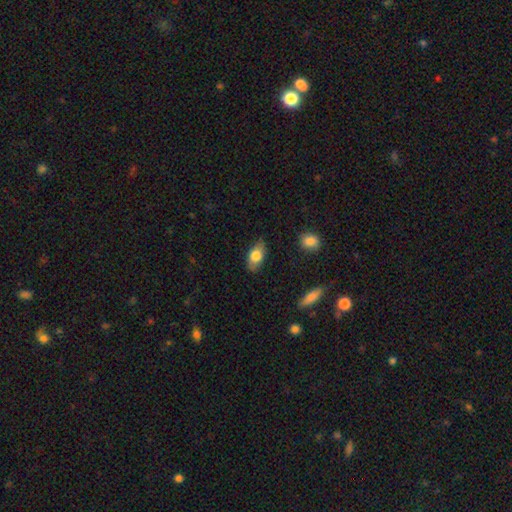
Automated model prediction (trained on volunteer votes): Q: Smooth or featured?
A: smooth (76%); runner-up: featured or disk (17%)
Q: How rounded?
A: in between (89%); runner-up: round (6%)
Q: Merging?
A: none (82%); runner-up: minor disturbance (14%)